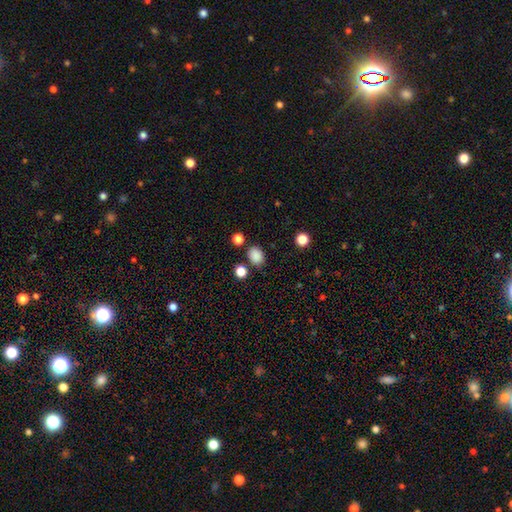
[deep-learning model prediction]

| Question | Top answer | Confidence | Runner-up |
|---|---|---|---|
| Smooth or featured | smooth | 85% | star or artifact (11%) |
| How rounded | in between | 62% | round (37%) |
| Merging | none | 81% | minor disturbance (11%) |